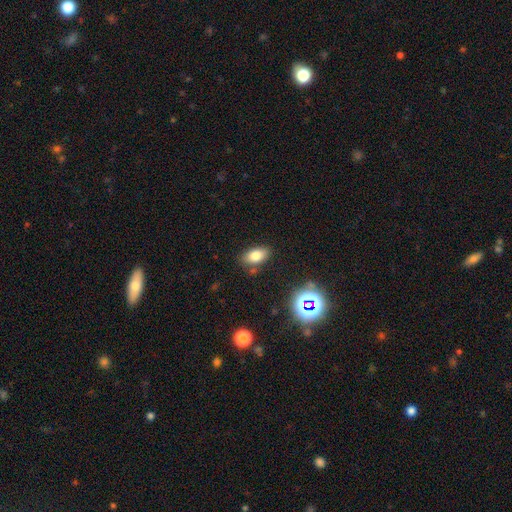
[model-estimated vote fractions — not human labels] Smooth or featured?
  - smooth: 78% *
  - star or artifact: 13%
  - featured or disk: 10%
How rounded?
  - in between: 90% *
  - round: 7%
  - cigar-shaped: 3%
Merging?
  - none: 81% *
  - minor disturbance: 13%
  - merger: 3%
  - major disturbance: 3%